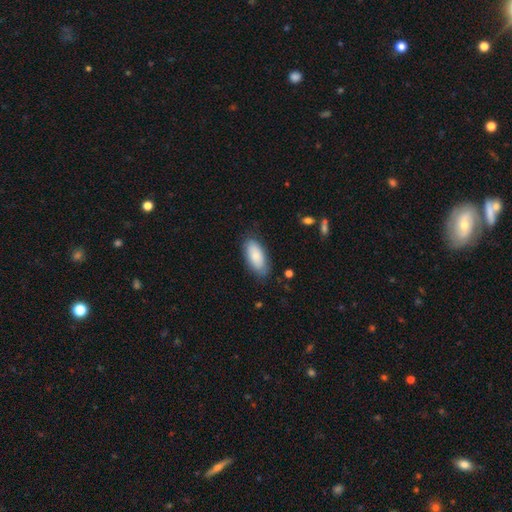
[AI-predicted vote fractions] Smooth or featured? smooth (84%)
How rounded? in between (89%)
Merging? none (80%)